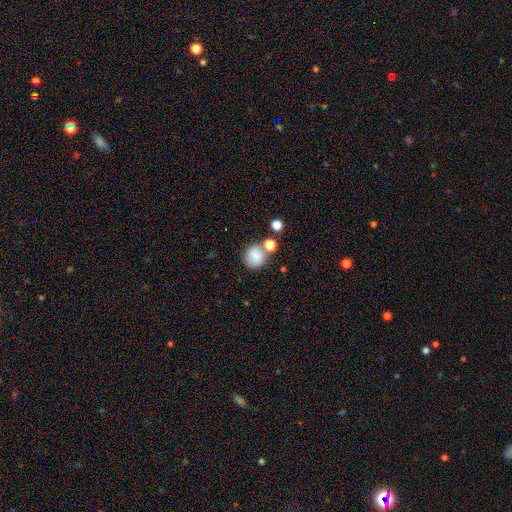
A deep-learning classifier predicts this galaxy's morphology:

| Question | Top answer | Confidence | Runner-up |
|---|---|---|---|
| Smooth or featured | smooth | 74% | featured or disk (16%) |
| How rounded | round | 77% | in between (22%) |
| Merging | none | 57% | merger (21%) |